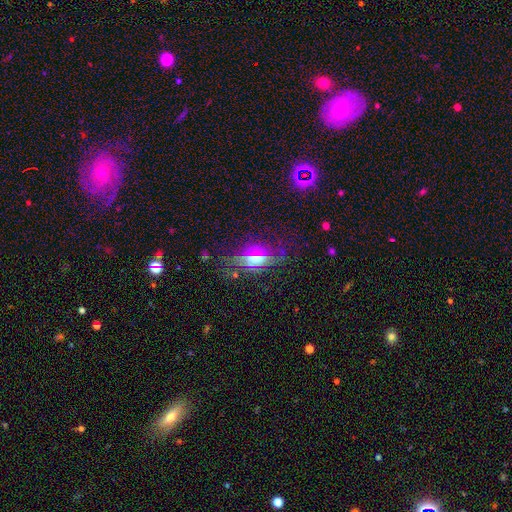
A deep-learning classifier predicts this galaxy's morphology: Smooth or featured? Predicted: smooth (p=0.43). Merging? Predicted: none (p=0.69).